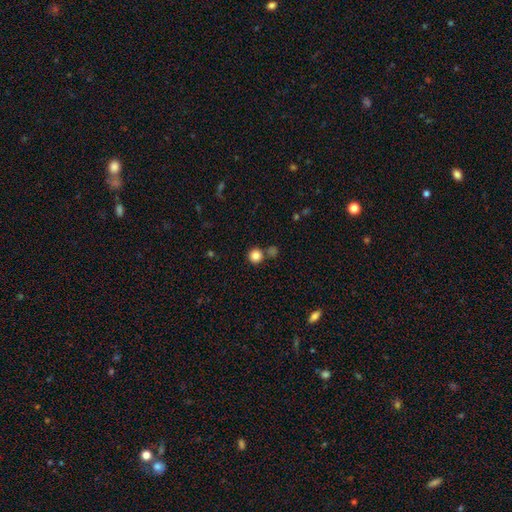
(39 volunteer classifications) This is clearly a smooth galaxy (90%). How rounded: clearly round (97%). Merging: likely none (64%).